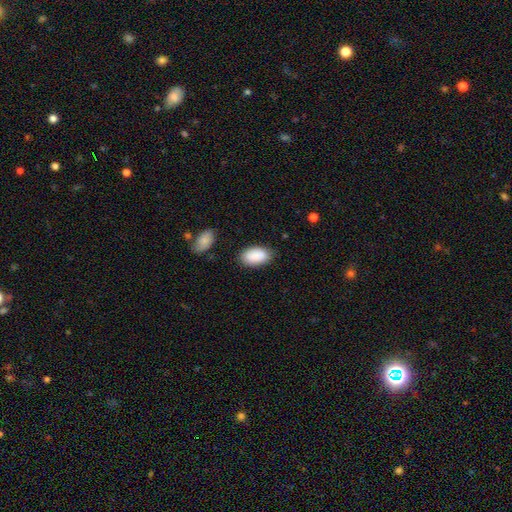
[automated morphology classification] Smooth or featured: smooth — 90% (star or artifact — 6%)
How rounded: in between — 95% (round — 4%)
Merging: none — 83% (minor disturbance — 12%)